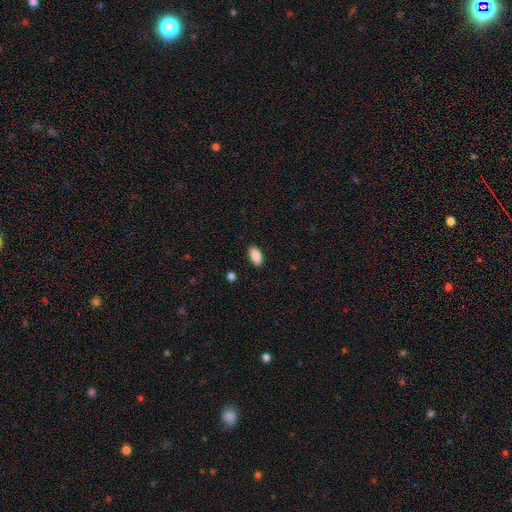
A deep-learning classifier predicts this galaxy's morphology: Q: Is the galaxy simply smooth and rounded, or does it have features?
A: smooth — 90%.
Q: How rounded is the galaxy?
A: in between — 93%.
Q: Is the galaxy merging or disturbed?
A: none — 88%.